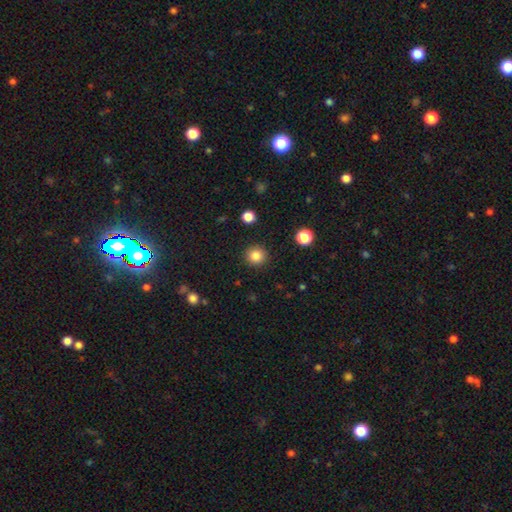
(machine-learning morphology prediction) Smooth or featured?
  - smooth: 85% *
  - star or artifact: 11%
  - featured or disk: 4%
How rounded?
  - round: 92% *
  - in between: 7%
  - cigar-shaped: 1%
Merging?
  - none: 91% *
  - minor disturbance: 6%
  - major disturbance: 2%
  - merger: 1%